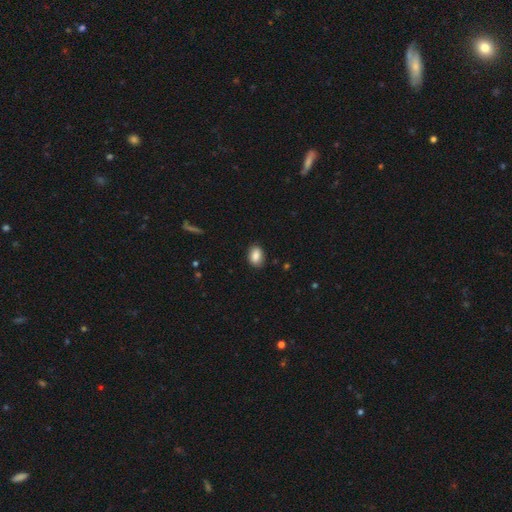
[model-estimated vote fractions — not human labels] Overall: smooth (87%). How rounded: in between (80%). Merging: none (86%).